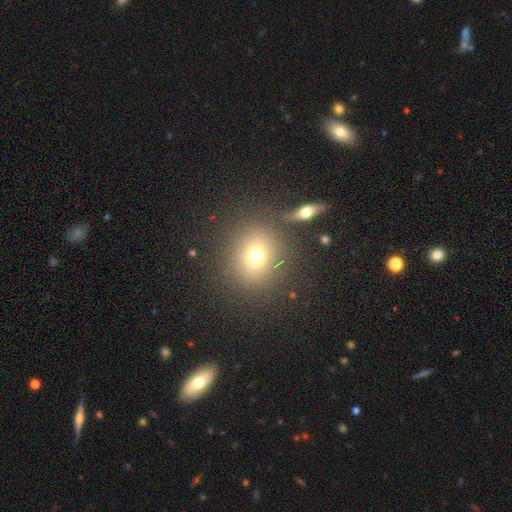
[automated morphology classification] Smooth or featured: smooth — 70% (star or artifact — 15%)
How rounded: round — 76% (in between — 23%)
Merging: none — 81% (minor disturbance — 9%)